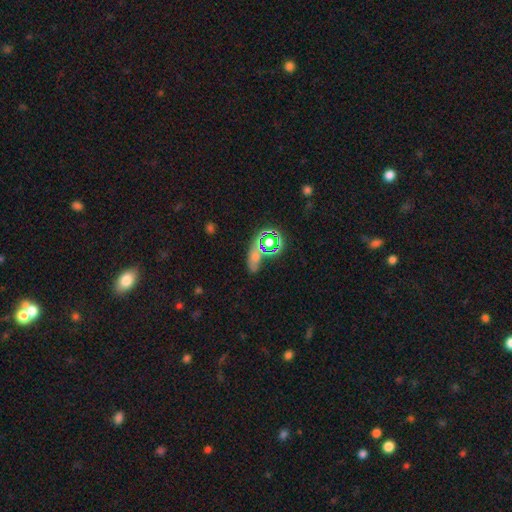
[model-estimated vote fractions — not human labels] Smooth or featured? star or artifact (55%)